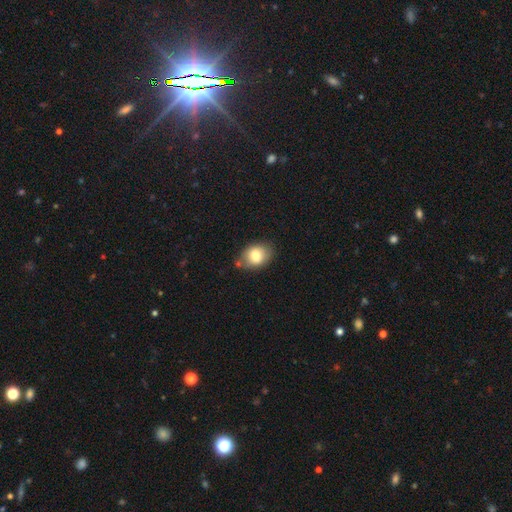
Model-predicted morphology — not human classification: smooth 79%, featured or disk 13%, star or artifact 8%. Down the decision tree: how rounded — in between (68%); merging — none (72%).